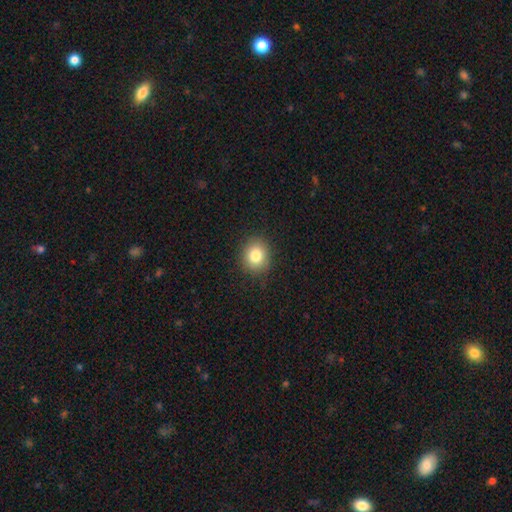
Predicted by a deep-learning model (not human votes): Smooth or featured?
  - smooth: 81% *
  - star or artifact: 11%
  - featured or disk: 8%
How rounded?
  - round: 78% *
  - in between: 21%
  - cigar-shaped: 1%
Merging?
  - none: 88% *
  - minor disturbance: 8%
  - major disturbance: 2%
  - merger: 1%